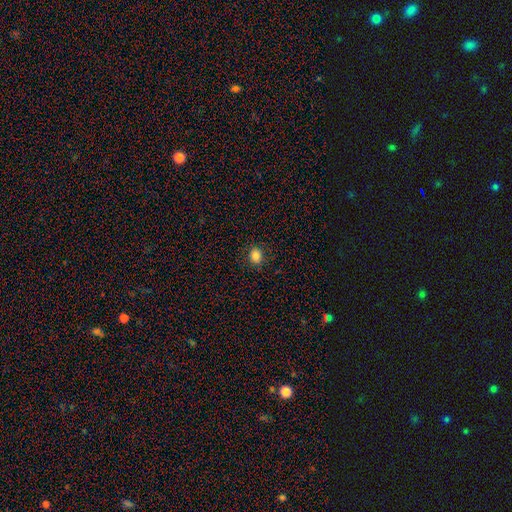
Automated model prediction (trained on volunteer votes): The model was most divided on "how rounded": round: 58%, in between: 41%, cigar-shaped: 1%. More confident: merging — none (88%); smooth or featured — smooth (84%).